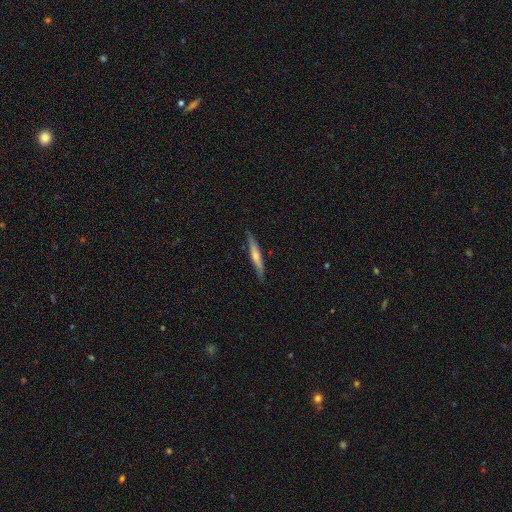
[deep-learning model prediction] smooth-or-featured: smooth: 49% | featured or disk: 46% | star or artifact: 6%
  merging: none: 85% | minor disturbance: 11% | major disturbance: 2% | merger: 1%